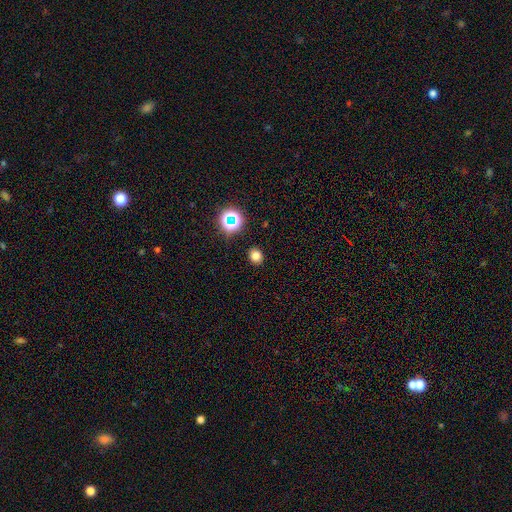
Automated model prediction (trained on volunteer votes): Morphology: type=smooth (76%); roundness=round (74%); merging=none (90%).